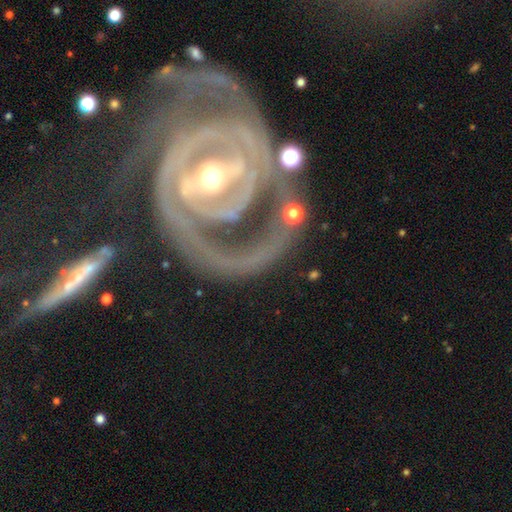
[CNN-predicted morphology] Smooth or featured? Predicted: featured or disk (p=0.89). Edge-on disk? Predicted: no (p=0.97). Bar? Predicted: strong (p=0.52). Spiral arms? Predicted: yes (p=0.91). Spiral winding? Predicted: tight (p=0.58). Spiral arm count? Predicted: 2 (p=0.52). Bulge size? Predicted: moderate (p=0.61). Merging? Predicted: none (p=0.44).